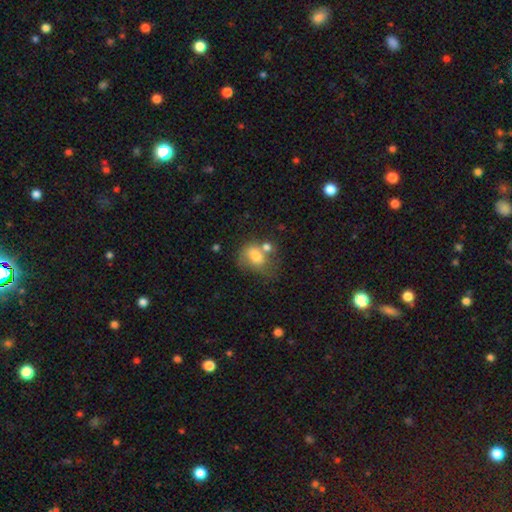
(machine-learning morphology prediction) Smooth or featured: smooth — 69% (featured or disk — 22%)
How rounded: in between — 64% (round — 35%)
Merging: merger — 35% (none — 27%)